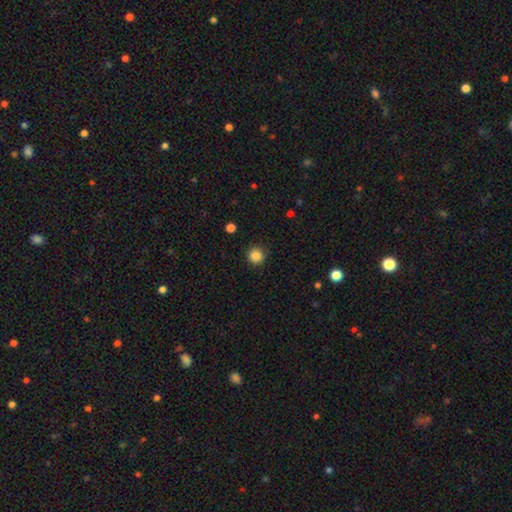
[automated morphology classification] Overall: smooth (86%). How rounded: round (95%). Merging: none (90%).